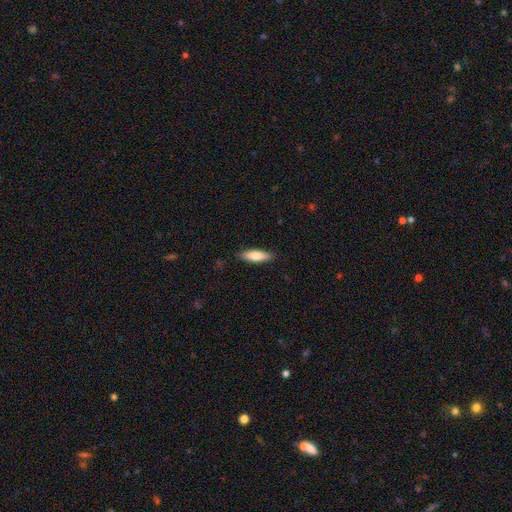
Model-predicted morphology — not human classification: smooth_or_featured: smooth (p=0.76) [alt: featured or disk p=0.18]
how_rounded: cigar-shaped (p=0.51) [alt: in between p=0.48]
merging: none (p=0.86) [alt: minor disturbance p=0.11]